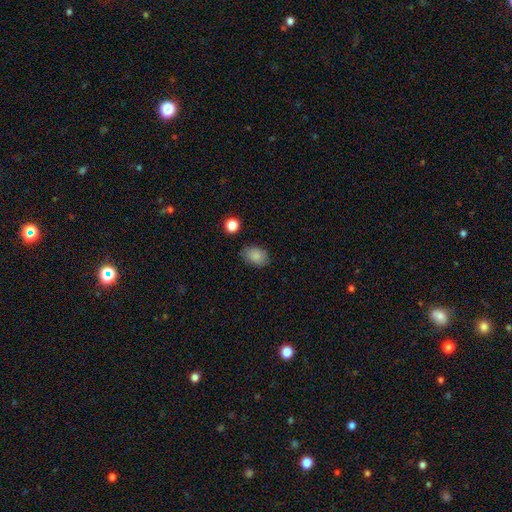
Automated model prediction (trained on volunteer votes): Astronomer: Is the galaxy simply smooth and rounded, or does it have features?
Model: smooth — 85%.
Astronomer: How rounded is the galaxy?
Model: in between — 79%.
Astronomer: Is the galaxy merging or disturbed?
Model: none — 79%.